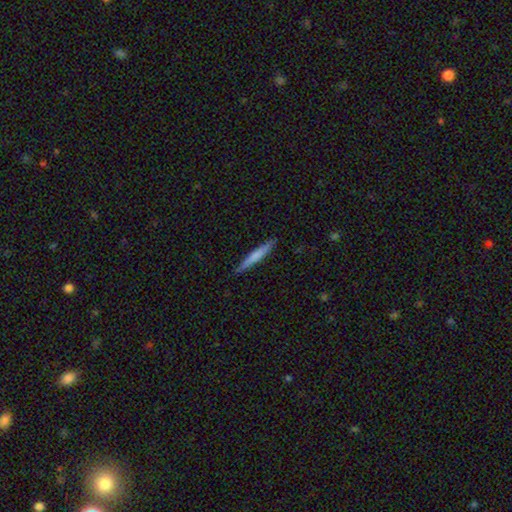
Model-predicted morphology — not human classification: Smooth or featured? Predicted: smooth (p=0.65). How rounded? Predicted: cigar-shaped (p=0.95). Merging? Predicted: none (p=0.88).